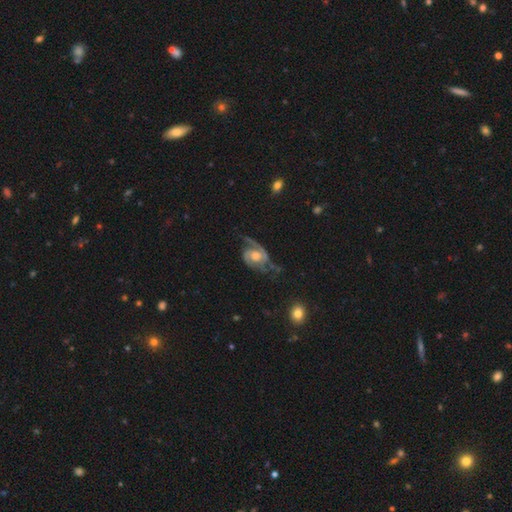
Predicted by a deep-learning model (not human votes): Smooth or featured? Predicted: featured or disk (p=0.87). Edge-on disk? Predicted: no (p=0.97). Bar? Predicted: no (p=0.66). Spiral arms? Predicted: yes (p=0.97). Spiral winding? Predicted: medium (p=0.48). Spiral arm count? Predicted: 2 (p=0.76). Bulge size? Predicted: moderate (p=0.56). Merging? Predicted: none (p=0.53).